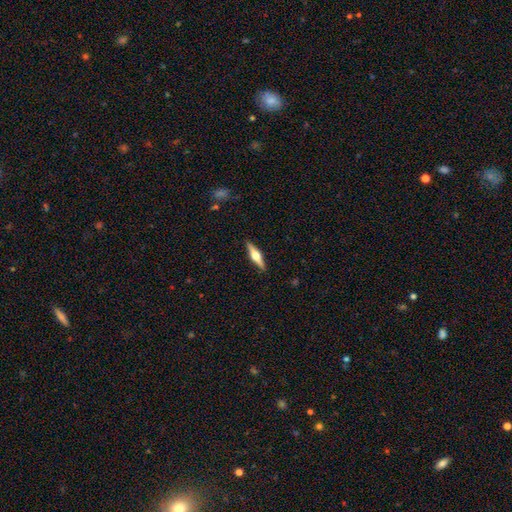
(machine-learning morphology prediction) A featured or disk galaxy (66%) viewed edge-on (97%) with a rounded central bulge (94%).

Vote fractions:
- Smooth or featured? featured or disk: 66% / smooth: 29% / star or artifact: 5%
- Edge-on disk? yes: 97% / no: 3%
- Edge-on bulge? rounded: 94% / boxy: 5% / none: 2%
- Merging? none: 90% / minor disturbance: 8% / major disturbance: 2% / merger: 1%